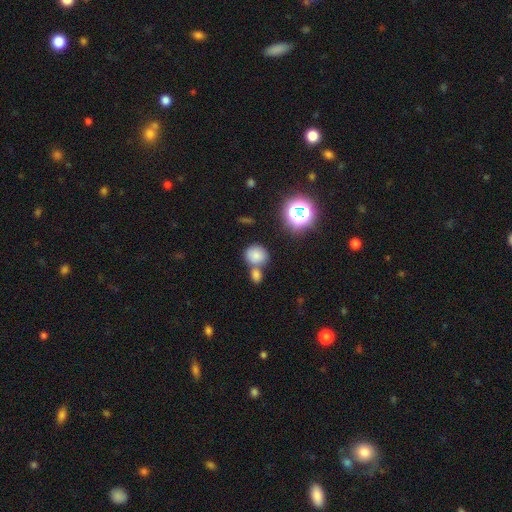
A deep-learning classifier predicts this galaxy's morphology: Overall: smooth (77%). How rounded: round (75%). Merging: none (49%; merger 38%).